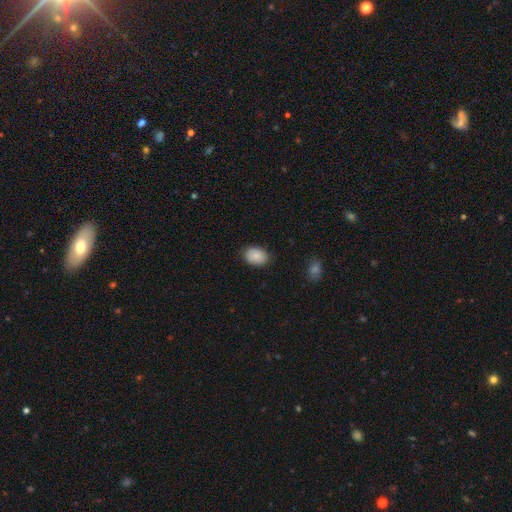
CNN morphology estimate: A smooth galaxy with no disk features (88%) that is in between round and cigar-shaped (81%). Merging: none (84%).